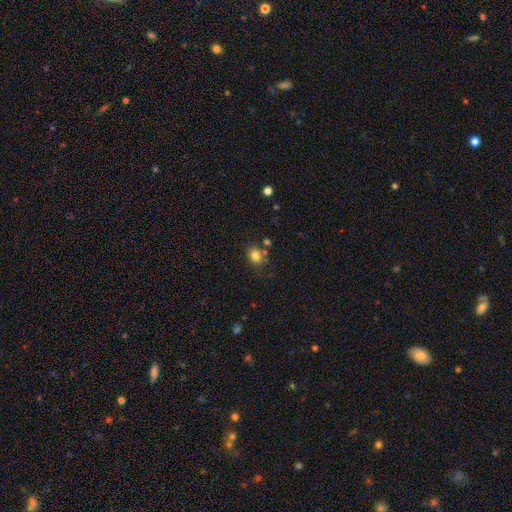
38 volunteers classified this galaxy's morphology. Smooth or featured? smooth (76%)
How rounded? round (69%)
Merging? none (59%)